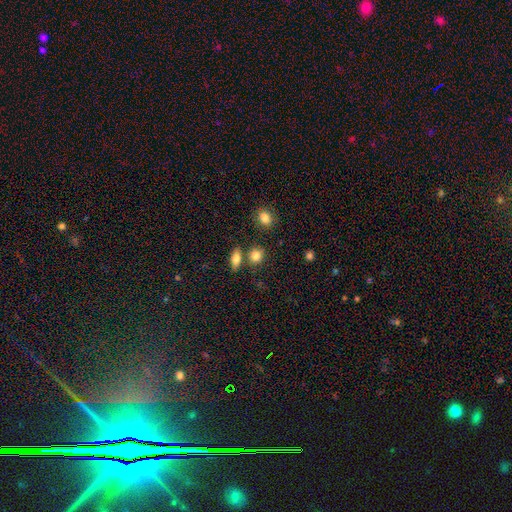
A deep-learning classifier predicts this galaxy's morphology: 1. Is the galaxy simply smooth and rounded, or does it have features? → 83% smooth, 10% star or artifact, 8% featured or disk.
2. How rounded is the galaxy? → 67% round, 30% in between, 3% cigar-shaped.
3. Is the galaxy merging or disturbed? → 73% none, 14% merger, 10% minor disturbance, 3% major disturbance.